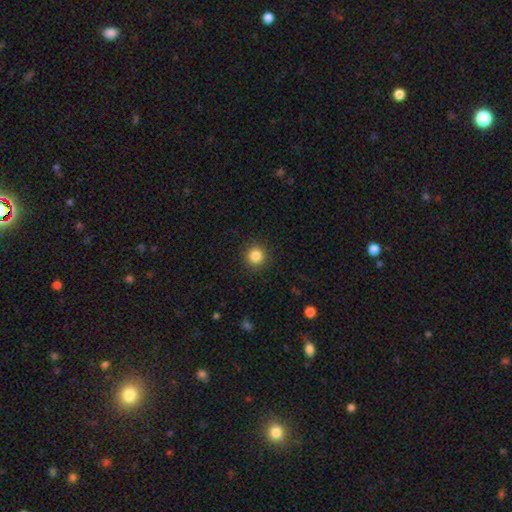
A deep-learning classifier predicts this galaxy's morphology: Smooth or featured? smooth (85%)
How rounded? round (94%)
Merging? none (91%)